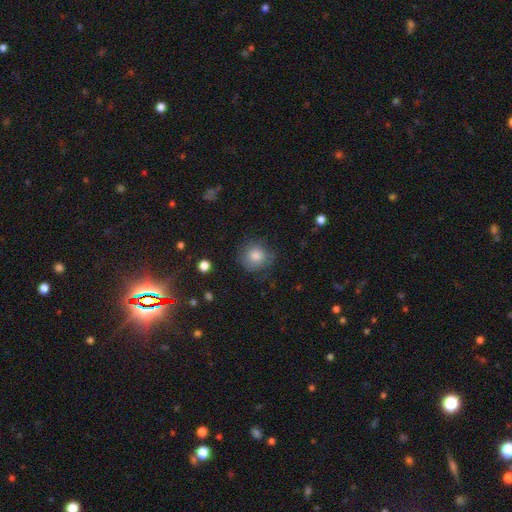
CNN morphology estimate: smooth_or_featured: smooth (p=0.79) [alt: featured or disk p=0.11]
how_rounded: round (p=0.89) [alt: in between p=0.10]
merging: none (p=0.75) [alt: minor disturbance p=0.18]